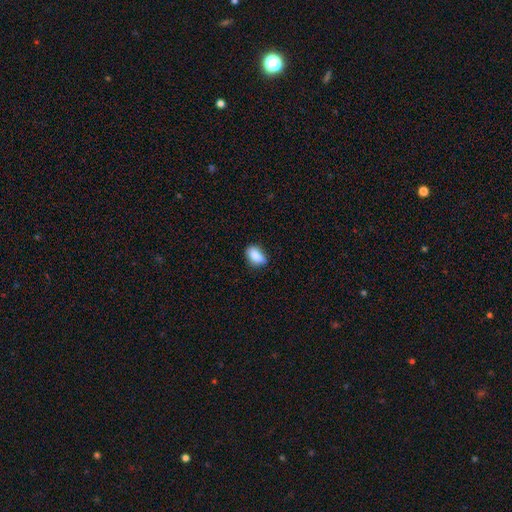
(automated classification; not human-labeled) Smooth or featured: smooth — 85% (star or artifact — 8%)
How rounded: in between — 84% (round — 12%)
Merging: none — 69% (minor disturbance — 25%)